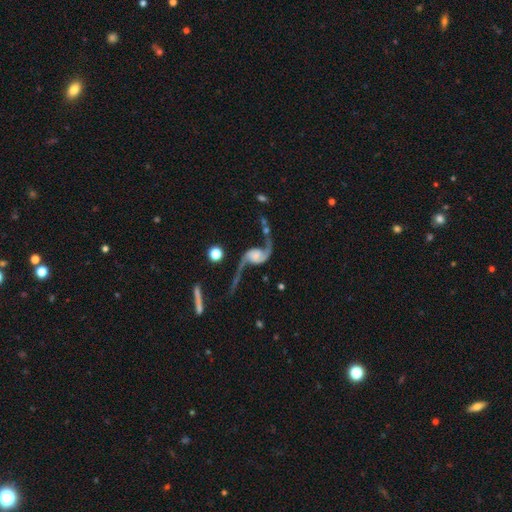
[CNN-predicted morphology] A featured or disk galaxy (91%) with no bar (62%), 2 (94%) loose (90%) spiral arms (98%) and no central bulge (38%). Merging: none (62%).